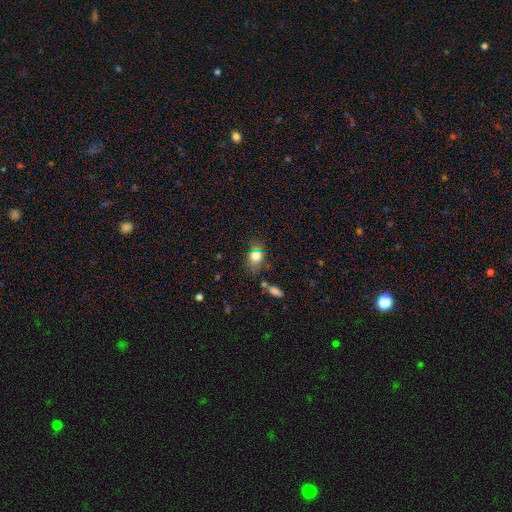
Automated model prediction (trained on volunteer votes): smooth_or_featured: smooth (p=0.76) [alt: featured or disk p=0.13]
how_rounded: in between (p=0.68) [alt: round p=0.29]
merging: none (p=0.69) [alt: minor disturbance p=0.19]